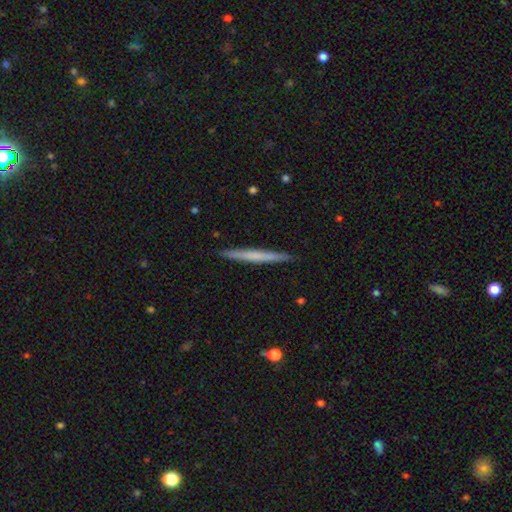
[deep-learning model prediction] Q: Smooth or featured?
A: smooth (52%); runner-up: featured or disk (43%)
Q: How rounded?
A: cigar-shaped (97%); runner-up: in between (2%)
Q: Merging?
A: none (92%); runner-up: minor disturbance (6%)